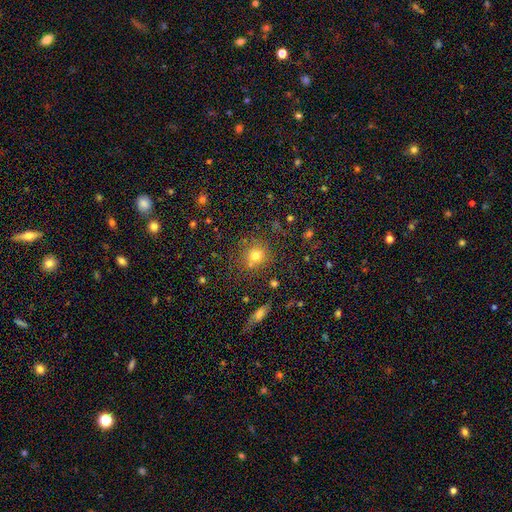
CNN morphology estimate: smooth-or-featured: smooth: 73% | star or artifact: 17% | featured or disk: 10%
  how-rounded: round: 86% | in between: 13% | cigar-shaped: 1%
  merging: none: 72% | minor disturbance: 12% | merger: 11% | major disturbance: 5%